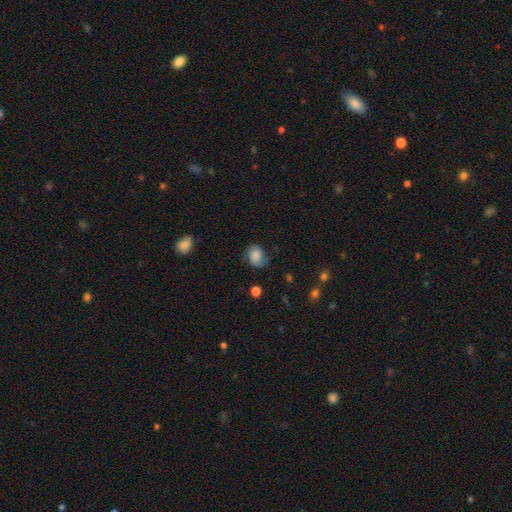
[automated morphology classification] smooth_or_featured: smooth (p=0.63) [alt: featured or disk p=0.27]
how_rounded: in between (p=0.50) [alt: round p=0.49]
merging: none (p=0.62) [alt: minor disturbance p=0.26]